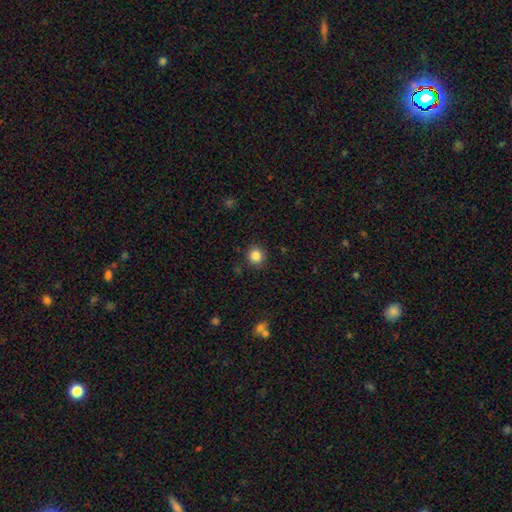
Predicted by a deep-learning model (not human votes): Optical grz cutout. It shows a smooth galaxy with no disk features (85%) that is round (91%). Merging: none (89%).